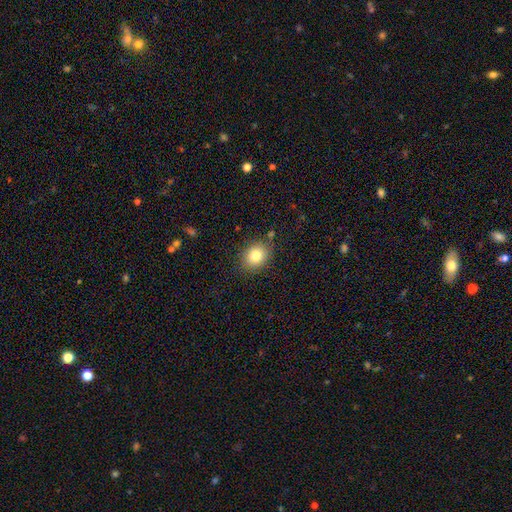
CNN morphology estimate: This is clearly a smooth galaxy (80%). How rounded: possibly round (55%). Merging: clearly none (84%).